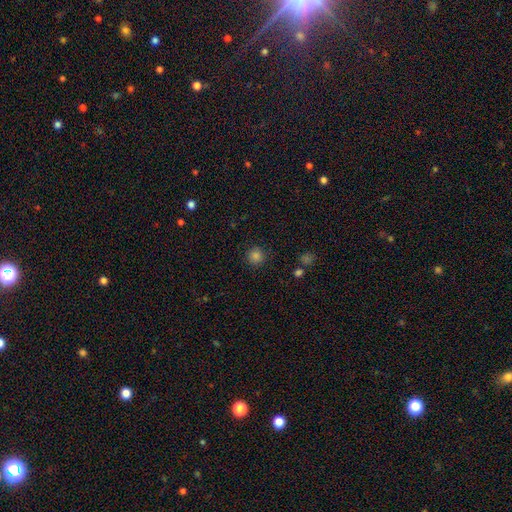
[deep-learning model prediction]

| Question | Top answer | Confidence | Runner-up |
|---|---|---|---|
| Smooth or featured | smooth | 83% | star or artifact (13%) |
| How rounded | round | 95% | in between (4%) |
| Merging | none | 90% | minor disturbance (6%) |